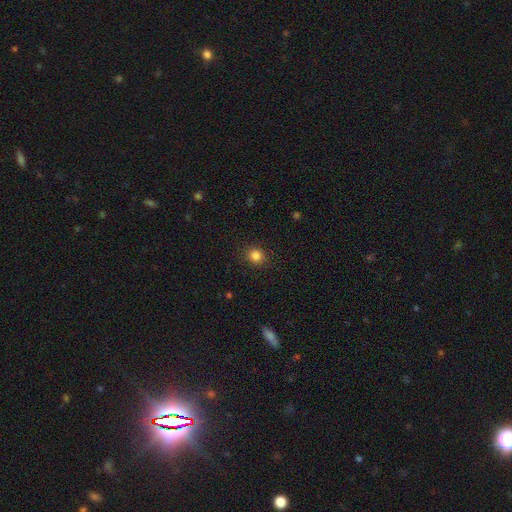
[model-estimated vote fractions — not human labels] Q: Smooth or featured?
A: smooth (84%); runner-up: star or artifact (12%)
Q: How rounded?
A: round (83%); runner-up: in between (16%)
Q: Merging?
A: none (90%); runner-up: minor disturbance (7%)